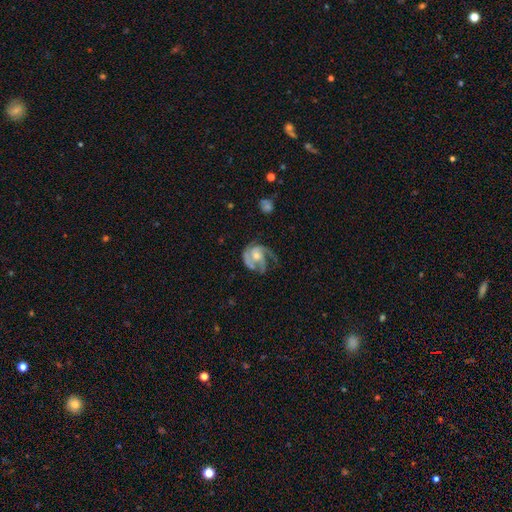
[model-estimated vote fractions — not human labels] Smooth or featured: featured or disk — 87% (smooth — 8%)
Edge-on disk: no — 98% (yes — 2%)
Bar: no — 65% (weak — 28%)
Spiral arms: yes — 96% (no — 4%)
Spiral winding: medium — 47% (tight — 40%)
Spiral arm count: 3 — 44% (2 — 33%)
Bulge size: moderate — 59% (small — 31%)
Merging: none — 53% (minor disturbance — 23%)